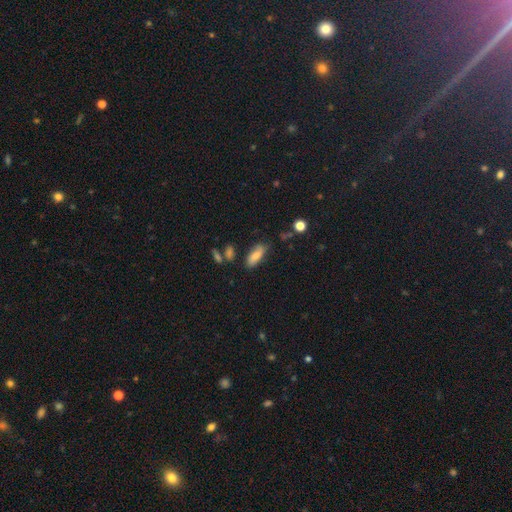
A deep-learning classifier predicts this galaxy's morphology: A smooth galaxy with no disk features (80%) that is in between round and cigar-shaped (71%). Merging: none (70%).